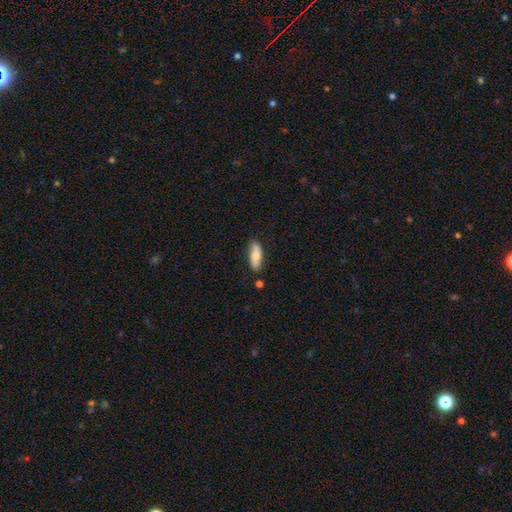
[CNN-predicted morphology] Smooth or featured? Predicted: smooth (p=0.70). How rounded? Predicted: in between (p=0.69). Merging? Predicted: none (p=0.80).